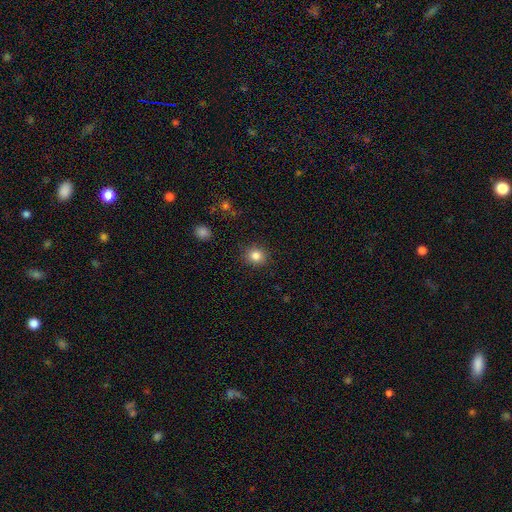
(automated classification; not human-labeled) Morphology: type=smooth (83%); roundness=round (82%); merging=none (90%).